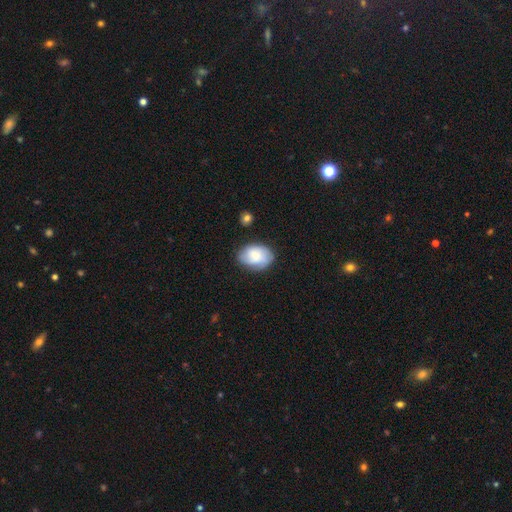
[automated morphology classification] smooth_or_featured: smooth (p=0.67) [alt: featured or disk p=0.26]
how_rounded: in between (p=0.79) [alt: round p=0.20]
merging: none (p=0.70) [alt: minor disturbance p=0.22]